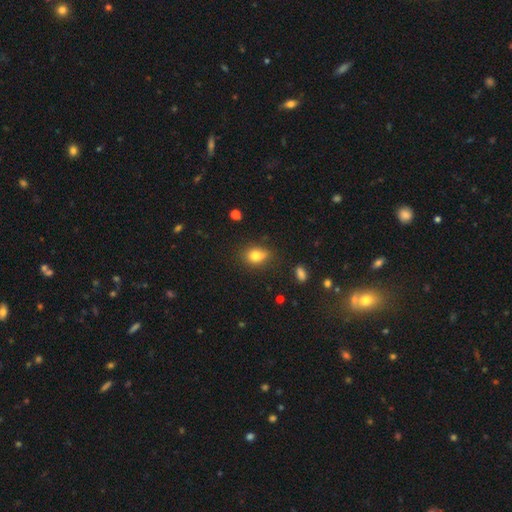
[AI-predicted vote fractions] Smooth or featured: smooth — 78% (star or artifact — 11%)
How rounded: in between — 62% (round — 36%)
Merging: none — 63% (minor disturbance — 25%)